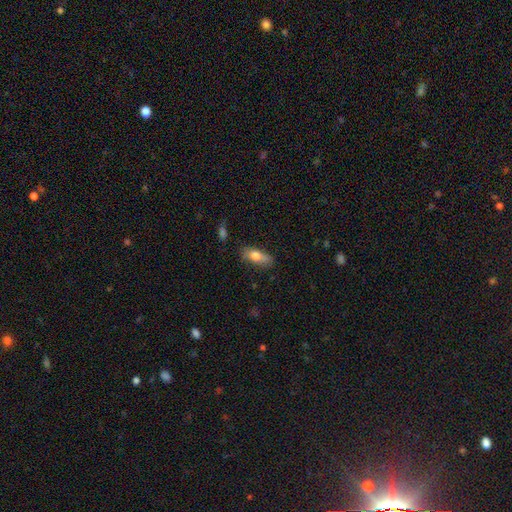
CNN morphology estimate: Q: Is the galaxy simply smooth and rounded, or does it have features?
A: smooth — 75%.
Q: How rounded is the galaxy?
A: in between — 76%.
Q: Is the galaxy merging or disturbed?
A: none — 72%.